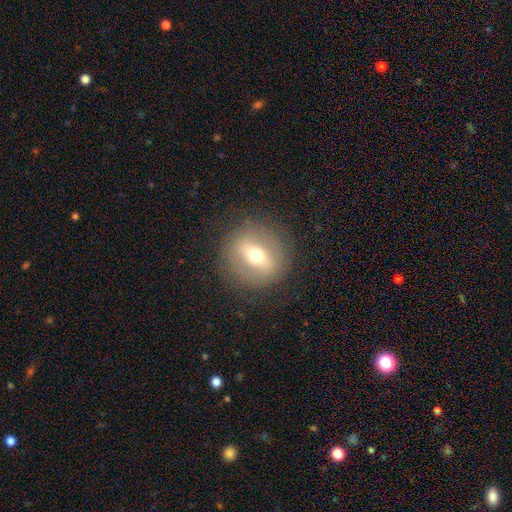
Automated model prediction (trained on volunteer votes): smooth-or-featured: featured or disk: 49% | smooth: 41% | star or artifact: 10%
  merging: none: 86% | minor disturbance: 9% | major disturbance: 4% | merger: 1%